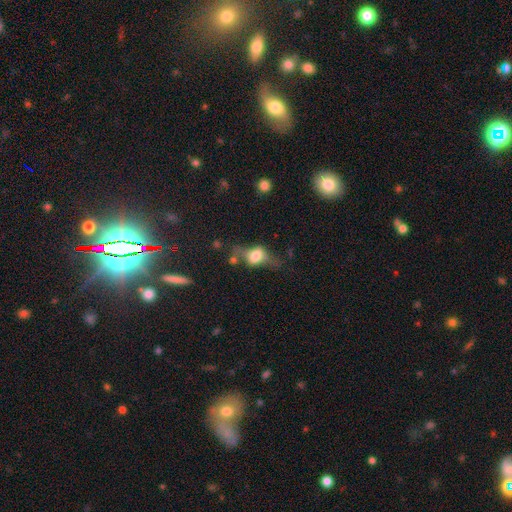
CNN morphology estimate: smooth-or-featured: featured or disk: 45% (tied) | smooth: 45% (tied) | star or artifact: 11%
  merging: none: 44% | major disturbance: 24% | minor disturbance: 24% | merger: 8%